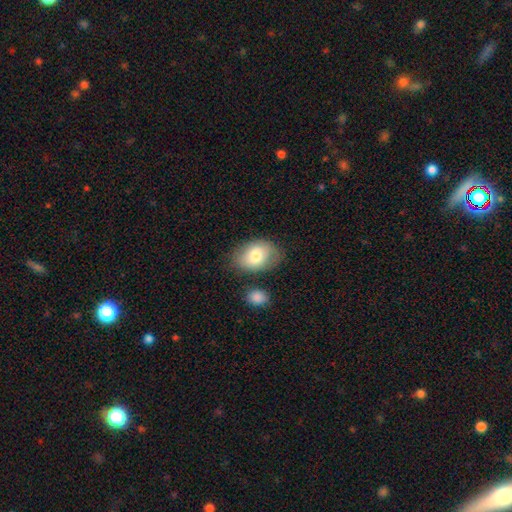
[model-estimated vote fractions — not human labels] Overall: smooth (76%). How rounded: in between (82%). Merging: none (70%).